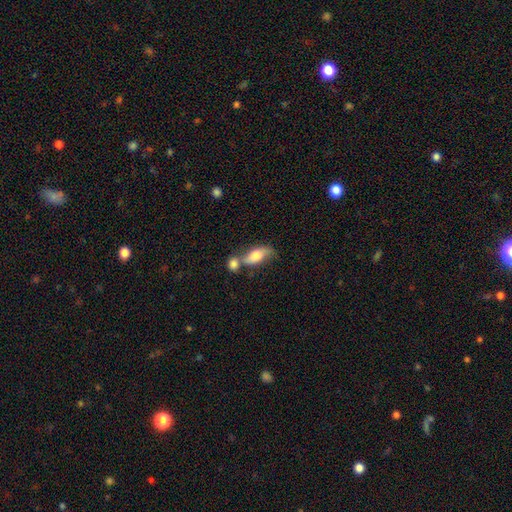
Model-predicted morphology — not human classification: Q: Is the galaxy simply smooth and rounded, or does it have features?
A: smooth — 66%.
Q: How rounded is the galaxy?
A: in between — 78%.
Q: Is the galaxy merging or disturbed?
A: merger — 49%.